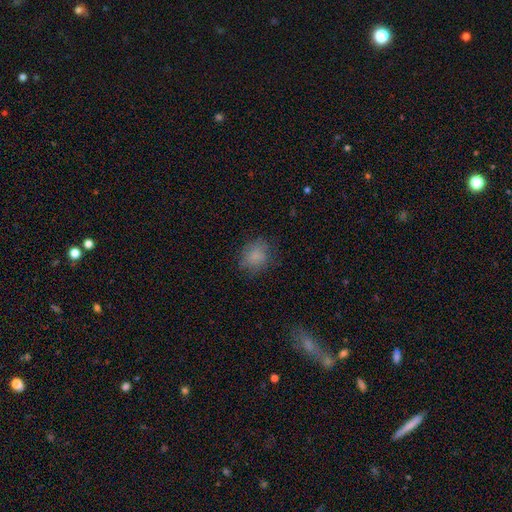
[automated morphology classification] smooth 80%, star or artifact 11%, featured or disk 9%. Down the decision tree: how rounded — round (69%); merging — none (75%).